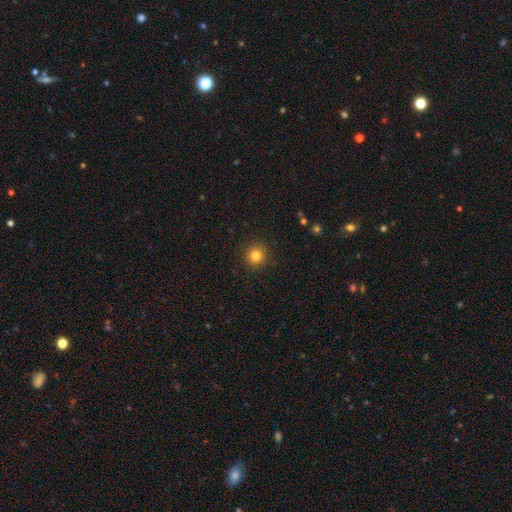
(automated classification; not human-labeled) Morphology: type=smooth (82%); roundness=round (93%); merging=none (91%).